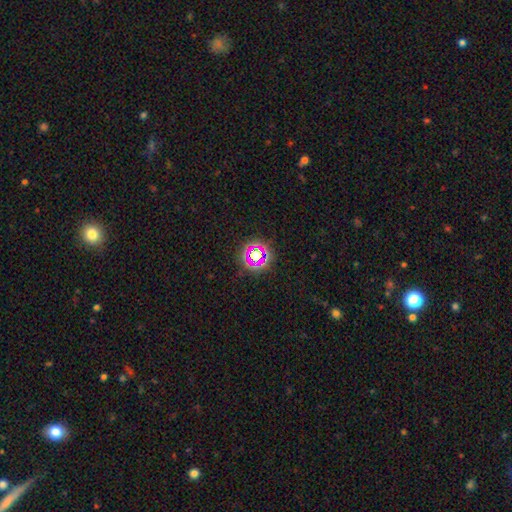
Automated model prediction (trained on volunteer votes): smooth-or-featured: star or artifact: 62% | smooth: 25% | featured or disk: 13%